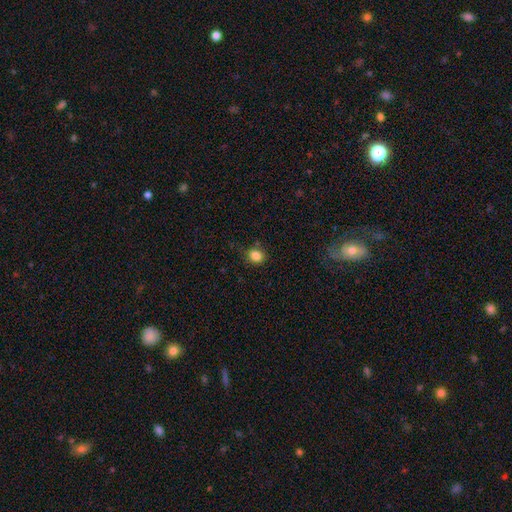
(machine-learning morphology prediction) A smooth galaxy with no disk features (84%) that is round (72%). Merging: none (78%).